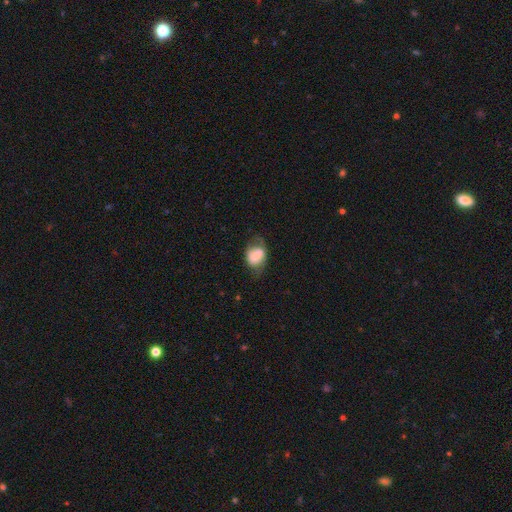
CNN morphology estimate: A smooth galaxy with no disk features (65%) that is in between round and cigar-shaped (71%).

Vote fractions:
- Smooth or featured? smooth: 65% / featured or disk: 27% / star or artifact: 9%
- How rounded? in between: 71% / round: 27% / cigar-shaped: 1%
- Merging? none: 50% / minor disturbance: 29% / major disturbance: 18% / merger: 3%